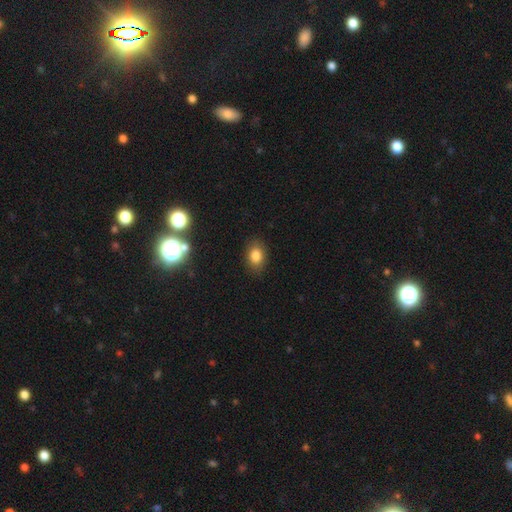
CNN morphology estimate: Overall: smooth (82%). How rounded: in between (76%). Merging: none (85%).